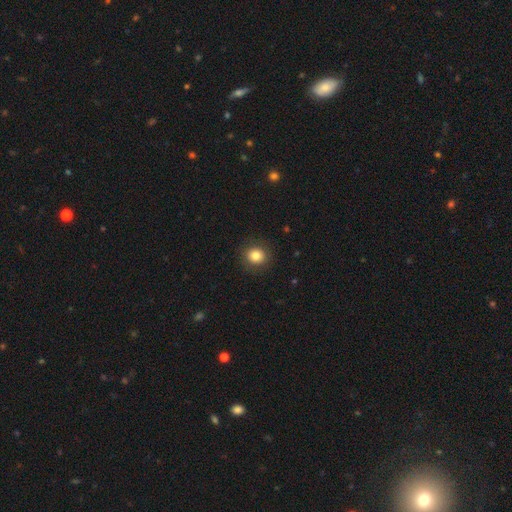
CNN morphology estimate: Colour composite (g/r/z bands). It shows a smooth galaxy with no disk features (83%) that is round (86%). Merging: none (90%).